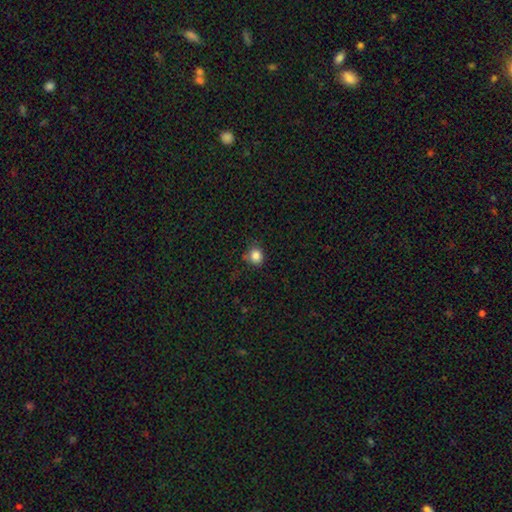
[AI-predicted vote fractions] smooth-or-featured: smooth: 84% | star or artifact: 11% | featured or disk: 4%
  how-rounded: round: 79% | in between: 20% | cigar-shaped: 1%
  merging: none: 75% | minor disturbance: 19% | major disturbance: 4% | merger: 2%